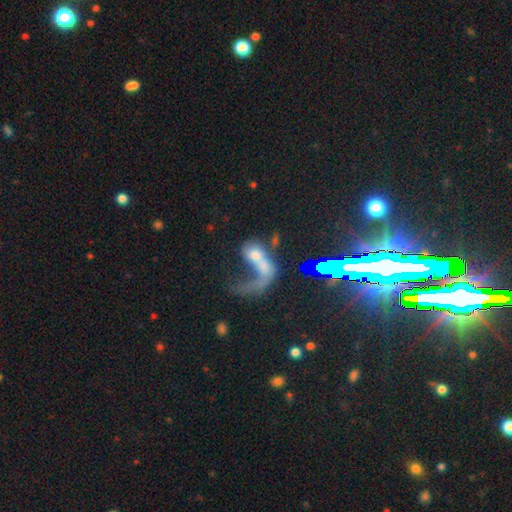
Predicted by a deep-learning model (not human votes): Morphology: type=featured or disk (45%); merging=merger (51%).